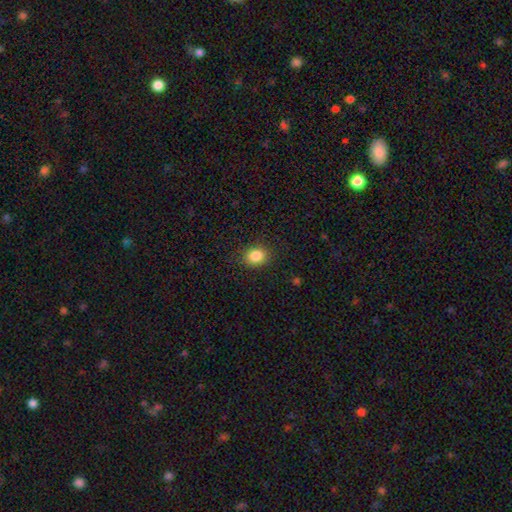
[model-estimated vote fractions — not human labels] smooth_or_featured: smooth (p=0.86) [alt: star or artifact p=0.10]
how_rounded: round (p=0.56) [alt: in between p=0.43]
merging: none (p=0.87) [alt: minor disturbance p=0.09]